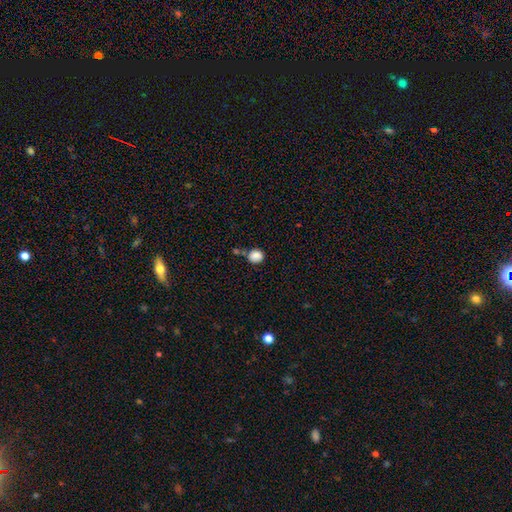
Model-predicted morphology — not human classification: A smooth galaxy with no disk features (85%) that is round (81%).

Vote fractions:
- Smooth or featured? smooth: 85% / star or artifact: 10% / featured or disk: 5%
- How rounded? round: 81% / in between: 18% / cigar-shaped: 1%
- Merging? none: 63% / minor disturbance: 18% / merger: 14% / major disturbance: 5%